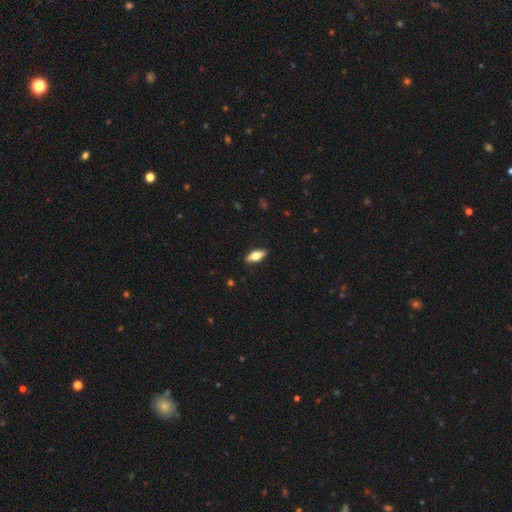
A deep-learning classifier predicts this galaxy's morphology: smooth 65%, featured or disk 28%, star or artifact 6%. Down the decision tree: how rounded — in between (79%); merging — none (90%).